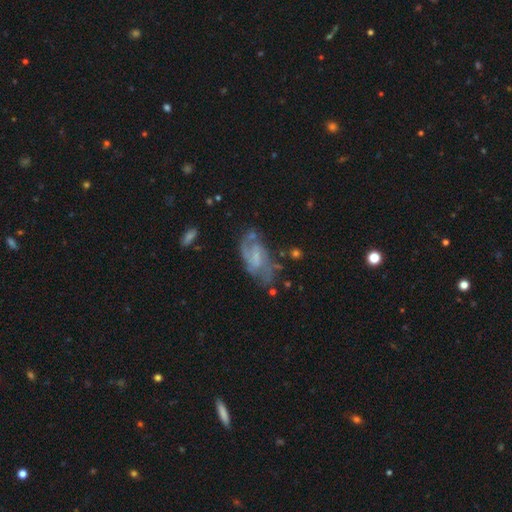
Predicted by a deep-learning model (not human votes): A featured or disk galaxy (73%) with a weak bar (49%), 2 (59%) medium (46%) spiral arms (86%) and no central bulge (39%). Merging: none (57%).